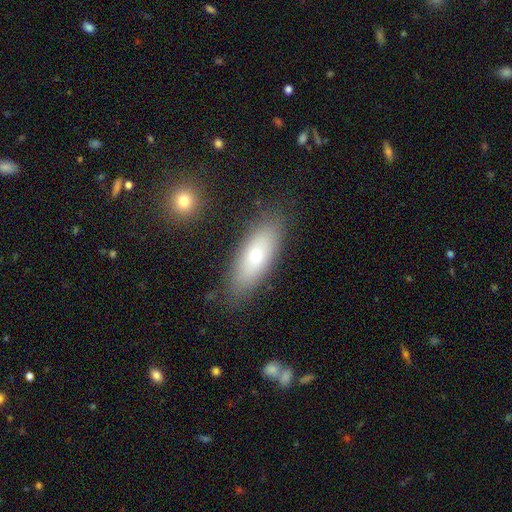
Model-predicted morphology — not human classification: smooth-or-featured: smooth: 66% | featured or disk: 26% | star or artifact: 8%
  how-rounded: in between: 72% | cigar-shaped: 25% | round: 3%
  merging: none: 83% | minor disturbance: 11% | major disturbance: 3% | merger: 2%